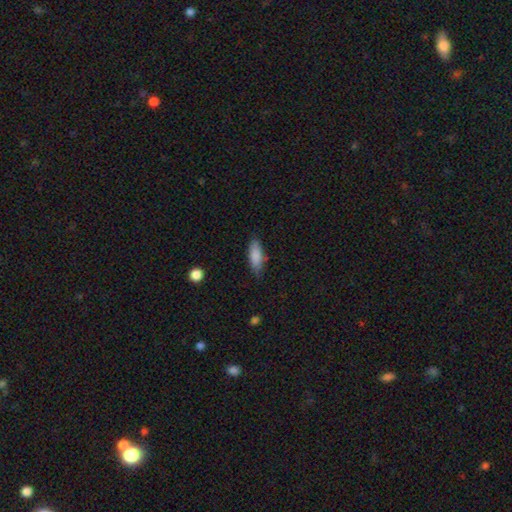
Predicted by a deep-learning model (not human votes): The model was most divided on "how rounded": in between: 66%, cigar-shaped: 32%, round: 2%. More confident: smooth or featured — smooth (85%); merging — none (76%).